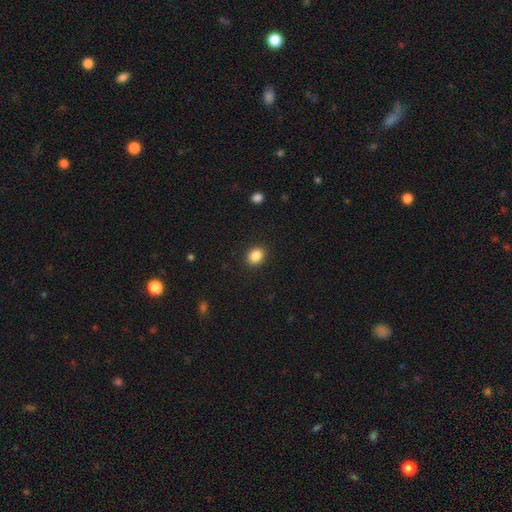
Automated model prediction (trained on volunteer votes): Smooth or featured: smooth — 86% (star or artifact — 10%)
How rounded: round — 57% (in between — 42%)
Merging: none — 91% (minor disturbance — 6%)